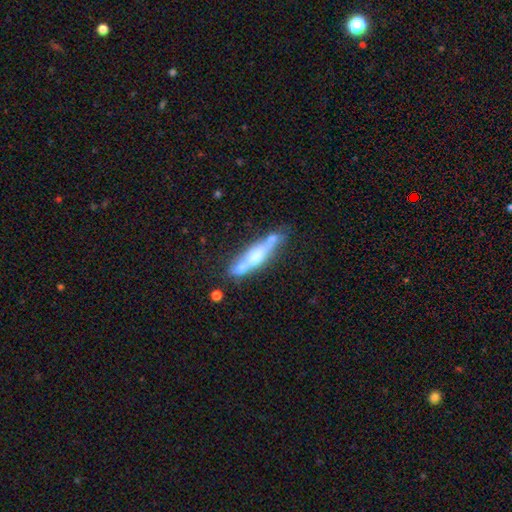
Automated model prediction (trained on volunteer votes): Smooth or featured?
  - featured or disk: 60% *
  - smooth: 31%
  - star or artifact: 9%
Edge-on disk?
  - yes: 82% *
  - no: 18%
Merging?
  - none: 55% *
  - merger: 19%
  - minor disturbance: 19%
  - major disturbance: 8%